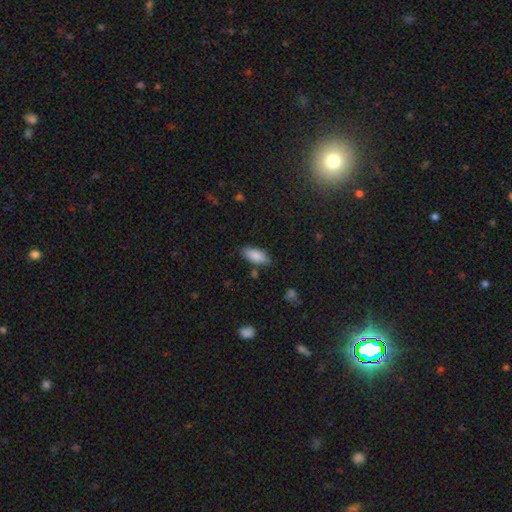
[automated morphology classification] type=smooth (86%); roundness=in between (87%); merging=none (81%).